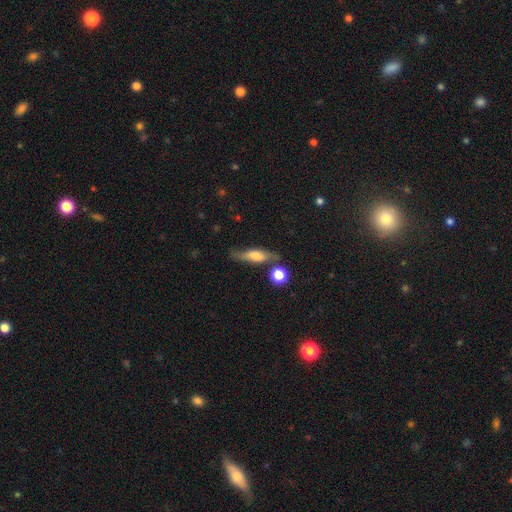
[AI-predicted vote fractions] A smooth galaxy with no disk features (48%).

Vote fractions:
- Smooth or featured? smooth: 48% / featured or disk: 43% / star or artifact: 9%
- Merging? none: 66% / minor disturbance: 18% / merger: 9% / major disturbance: 6%